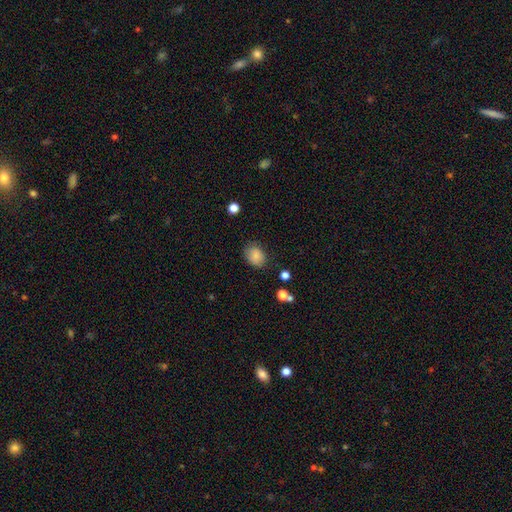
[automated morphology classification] Smooth or featured? Predicted: smooth (p=0.85). How rounded? Predicted: in between (p=0.58). Merging? Predicted: none (p=0.76).